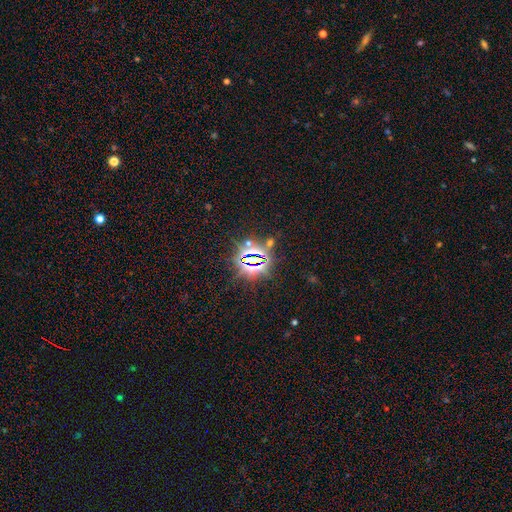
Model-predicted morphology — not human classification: Smooth or featured: star or artifact — 82% (smooth — 10%)